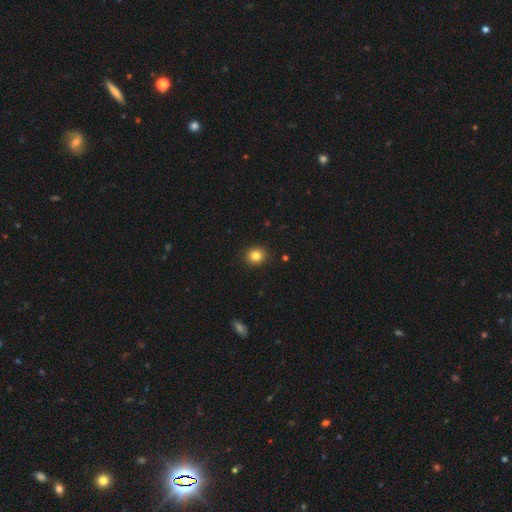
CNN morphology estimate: A smooth galaxy with no disk features (83%) that is round (85%). Merging: none (91%).